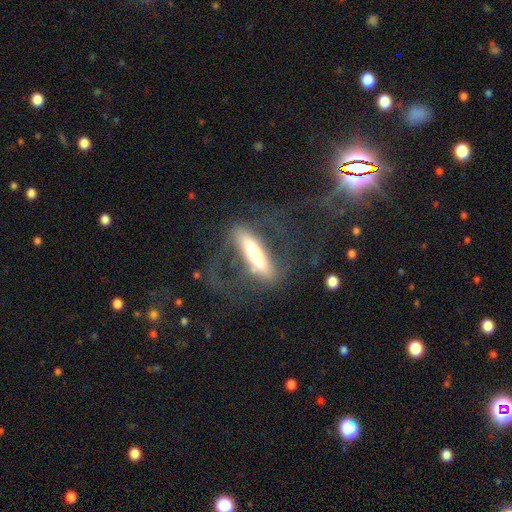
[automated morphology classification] Q: Smooth or featured?
A: featured or disk (57%); runner-up: smooth (36%)
Q: Edge-on disk?
A: yes (50%); tied with: no (50%)
Q: Merging?
A: none (46%); runner-up: major disturbance (33%)